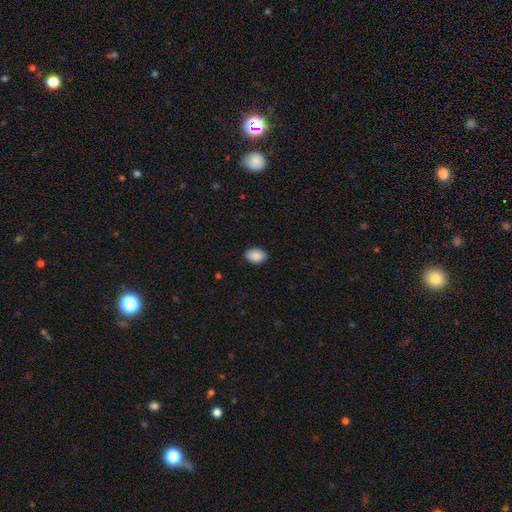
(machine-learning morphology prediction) A smooth galaxy with no disk features (90%) that is in between round and cigar-shaped (86%).

Vote fractions:
- Smooth or featured? smooth: 90% / star or artifact: 7% / featured or disk: 3%
- How rounded? in between: 86% / round: 13% / cigar-shaped: 1%
- Merging? none: 89% / minor disturbance: 9% / major disturbance: 2% / merger: 1%